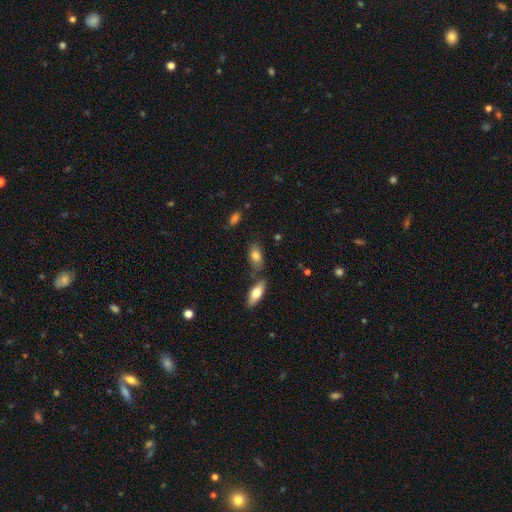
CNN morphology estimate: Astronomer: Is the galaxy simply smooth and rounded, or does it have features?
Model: smooth — 77%.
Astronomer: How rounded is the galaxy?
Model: in between — 88%.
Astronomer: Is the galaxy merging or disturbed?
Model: none — 65%.